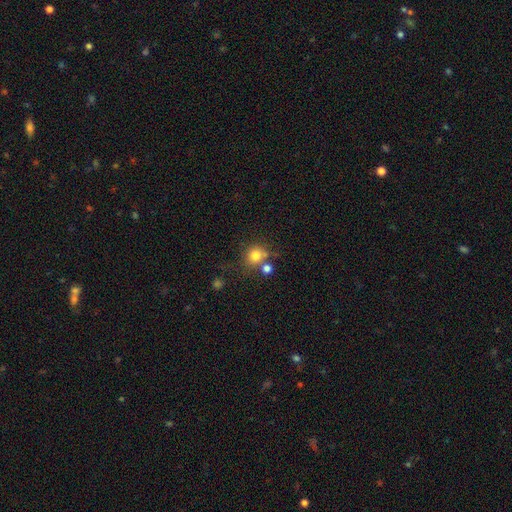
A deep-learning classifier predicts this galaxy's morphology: This appears to be a smooth galaxy with no disk features (78%) that is round (85%). Merging: none (57%).